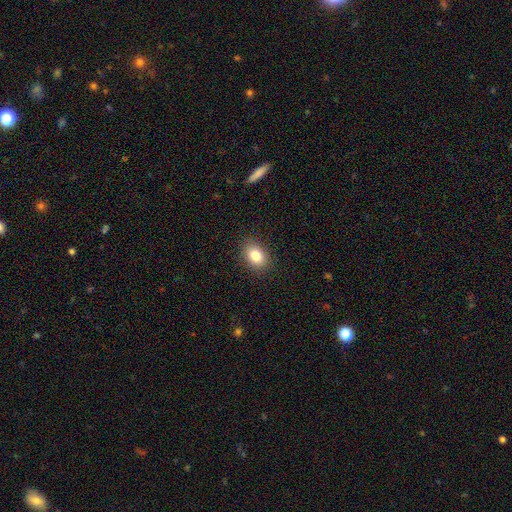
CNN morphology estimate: The model was most divided on "how rounded": in between: 72%, round: 27%, cigar-shaped: 1%. More confident: merging — none (88%); smooth or featured — smooth (83%).